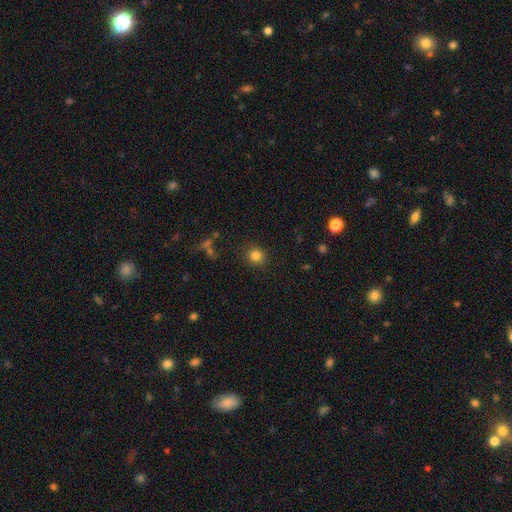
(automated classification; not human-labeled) Overall: smooth (83%). How rounded: round (90%). Merging: none (89%).